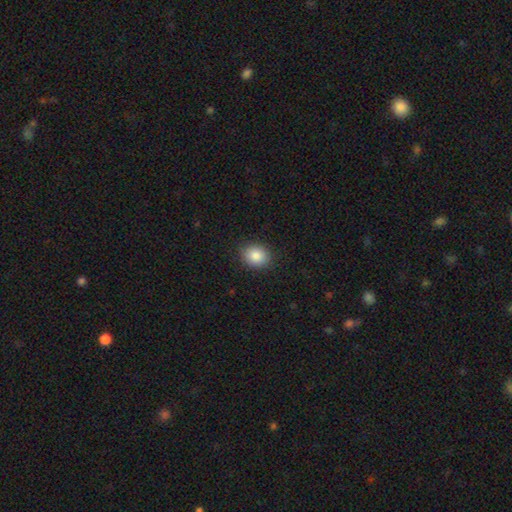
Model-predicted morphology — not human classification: This appears to be a smooth galaxy with no disk features (86%) that is round (64%). Merging: none (88%).